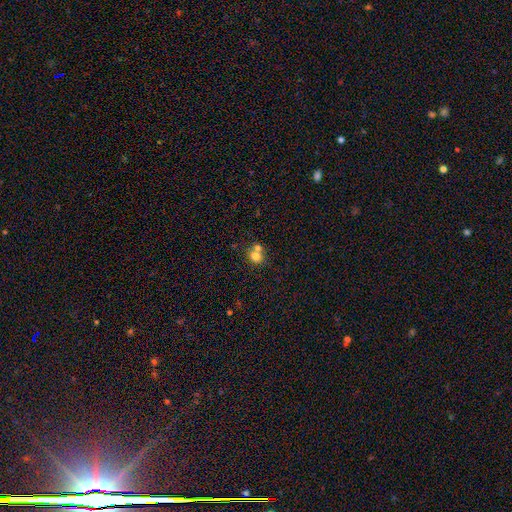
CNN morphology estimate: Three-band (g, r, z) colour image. It shows a smooth galaxy with no disk features (77%) that is round (79%). Merging: none (45%).